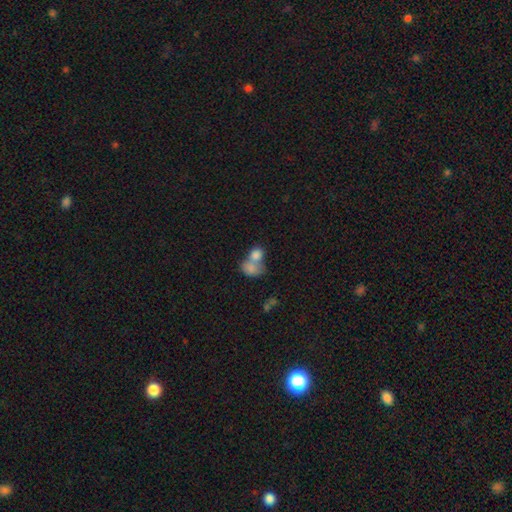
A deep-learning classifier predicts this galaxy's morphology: A smooth galaxy with no disk features (80%) that is round (51%).

Vote fractions:
- Smooth or featured? smooth: 80% / featured or disk: 11% / star or artifact: 8%
- How rounded? round: 51% / in between: 48% / cigar-shaped: 1%
- Merging? merger: 69% / none: 21% / minor disturbance: 6% / major disturbance: 4%